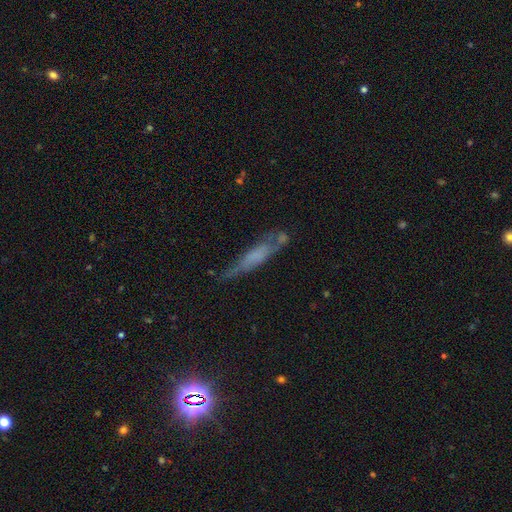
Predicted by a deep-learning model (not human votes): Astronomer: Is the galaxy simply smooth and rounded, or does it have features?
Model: featured or disk — 46% (runner-up: smooth, 42%).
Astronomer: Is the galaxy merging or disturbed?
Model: none — 50% (runner-up: minor disturbance, 27%).